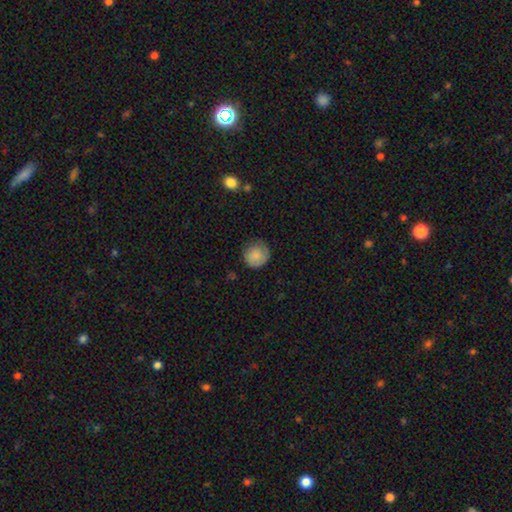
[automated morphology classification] Smooth or featured: smooth — 83% (featured or disk — 9%)
How rounded: round — 91% (in between — 8%)
Merging: none — 73% (minor disturbance — 20%)